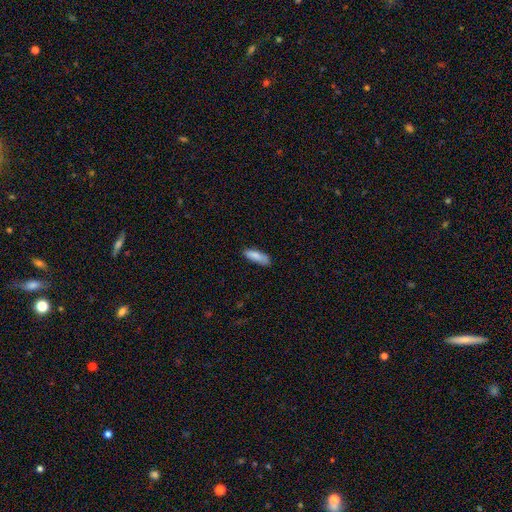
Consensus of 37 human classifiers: Volunteers were most divided on "how rounded": in between: 58%, cigar-shaped: 42%, round: 0%. More confident: smooth or featured — smooth (84%); merging — none (58%).